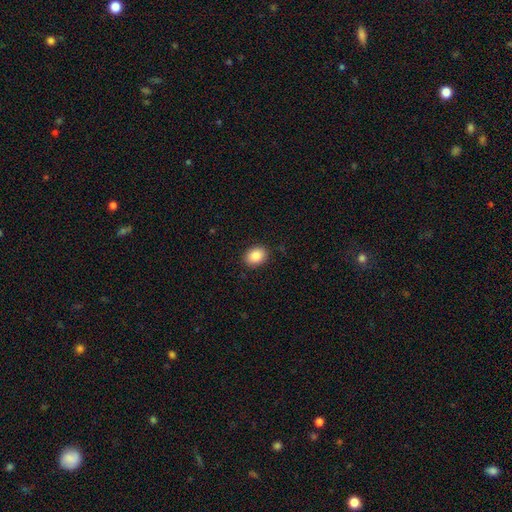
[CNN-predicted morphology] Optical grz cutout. It shows a smooth galaxy with no disk features (88%) that is in between round and cigar-shaped (62%). Merging: none (89%).